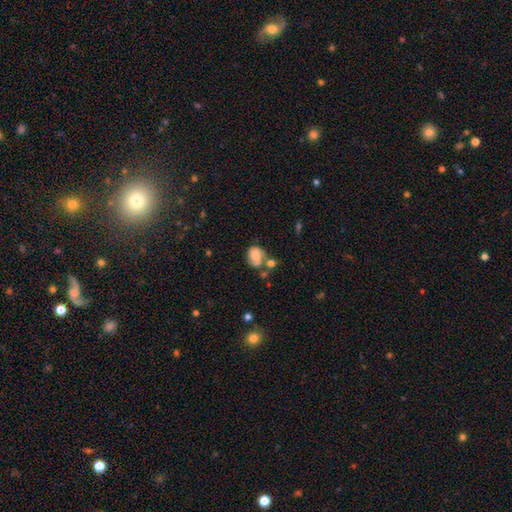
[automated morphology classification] A smooth galaxy with no disk features (61%) that is in between round and cigar-shaped (55%). Merging: none (38%).